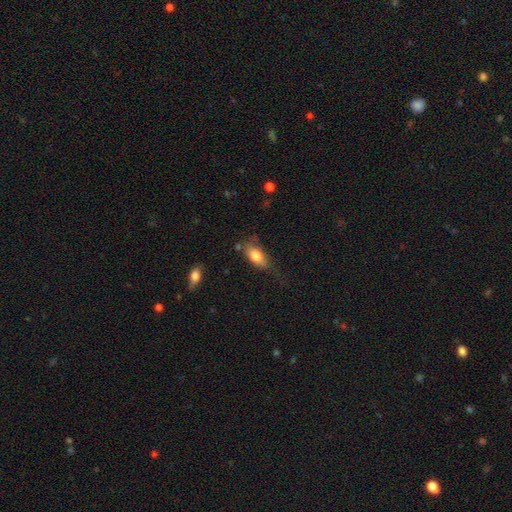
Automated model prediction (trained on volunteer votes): A smooth galaxy with no disk features (80%) that is in between round and cigar-shaped (87%).

Vote fractions:
- Smooth or featured? smooth: 80% / featured or disk: 12% / star or artifact: 7%
- How rounded? in between: 87% / cigar-shaped: 9% / round: 4%
- Merging? none: 55% / minor disturbance: 30% / major disturbance: 11% / merger: 4%